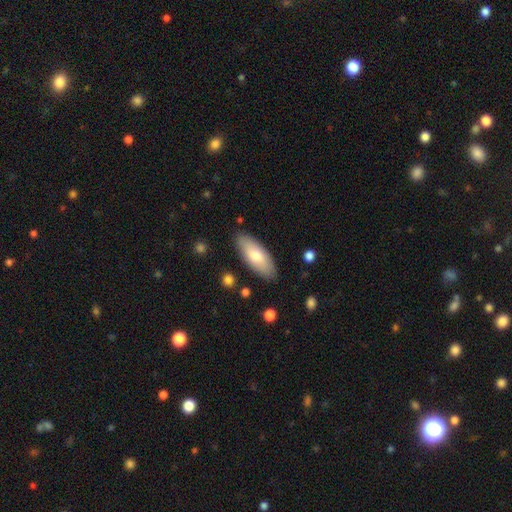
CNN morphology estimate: Smooth or featured? Predicted: smooth (p=0.71). How rounded? Predicted: in between (p=0.76). Merging? Predicted: none (p=0.86).